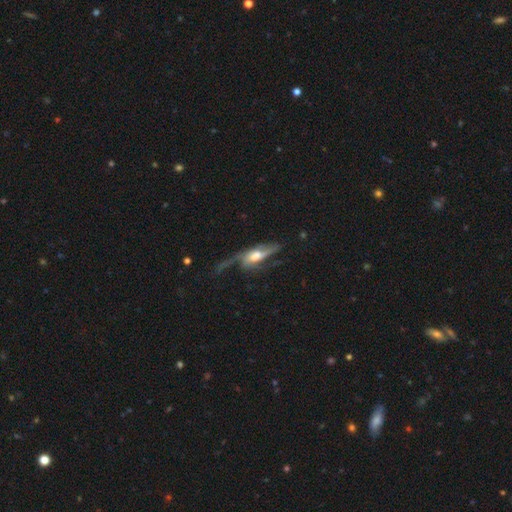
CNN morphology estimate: A featured or disk galaxy (67%). Merging: major disturbance (47%).